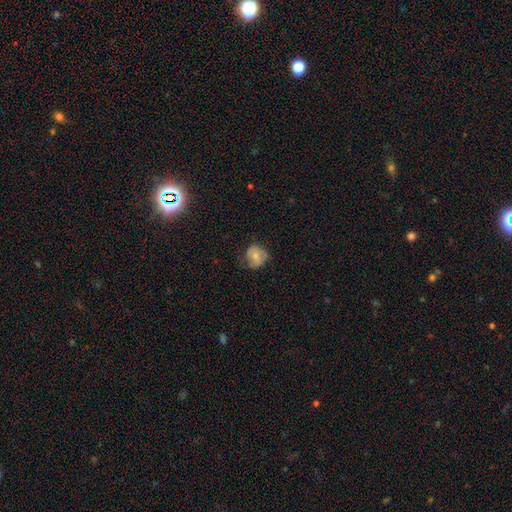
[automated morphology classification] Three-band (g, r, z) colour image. It shows a smooth galaxy with no disk features (66%) that is round (72%). Merging: none (58%).